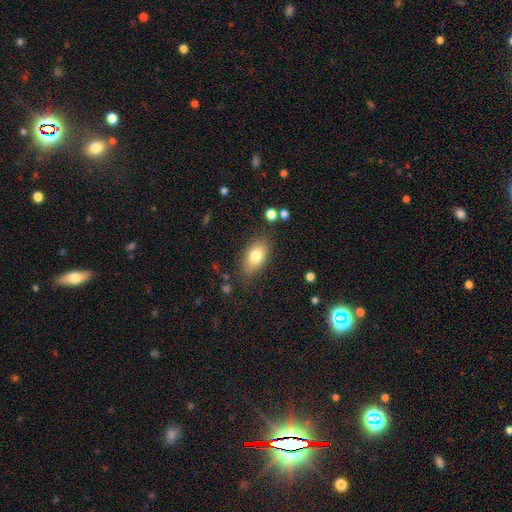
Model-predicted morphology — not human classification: Smooth or featured?
  - smooth: 78% *
  - featured or disk: 14%
  - star or artifact: 8%
How rounded?
  - in between: 89% *
  - round: 7%
  - cigar-shaped: 4%
Merging?
  - none: 81% *
  - minor disturbance: 13%
  - major disturbance: 4%
  - merger: 2%